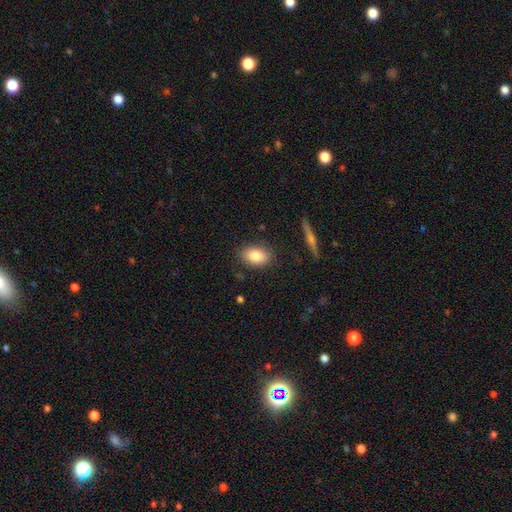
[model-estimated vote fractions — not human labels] smooth 83%, featured or disk 9%, star or artifact 8%. Down the decision tree: how rounded — in between (86%); merging — none (83%).